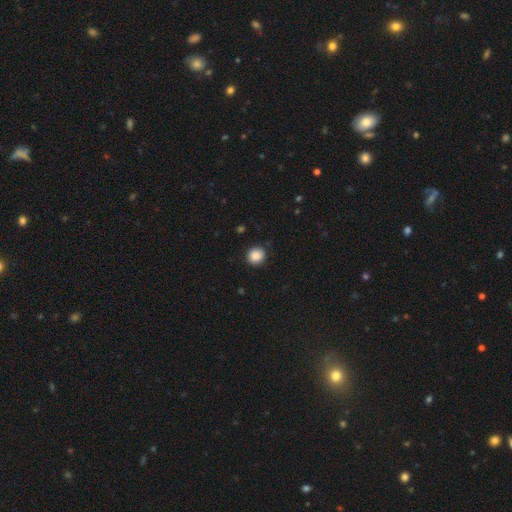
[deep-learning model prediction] Smooth or featured: smooth — 88% (star or artifact — 9%)
How rounded: round — 85% (in between — 14%)
Merging: none — 88% (minor disturbance — 9%)